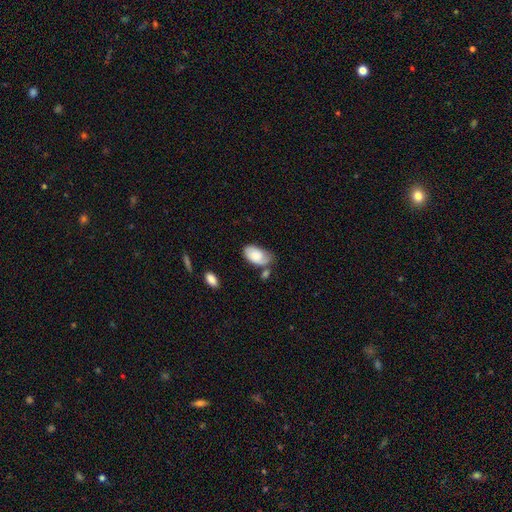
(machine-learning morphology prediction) A smooth galaxy with no disk features (67%) that is in between round and cigar-shaped (94%). Merging: none (43%).